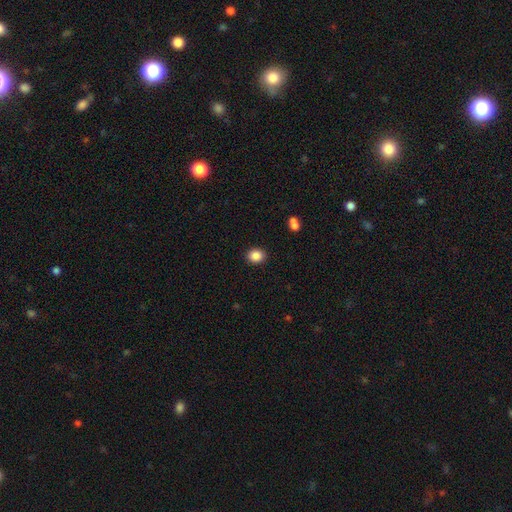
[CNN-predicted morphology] smooth_or_featured: smooth (p=0.87) [alt: star or artifact p=0.09]
how_rounded: round (p=0.59) [alt: in between p=0.41]
merging: none (p=0.90) [alt: minor disturbance p=0.06]